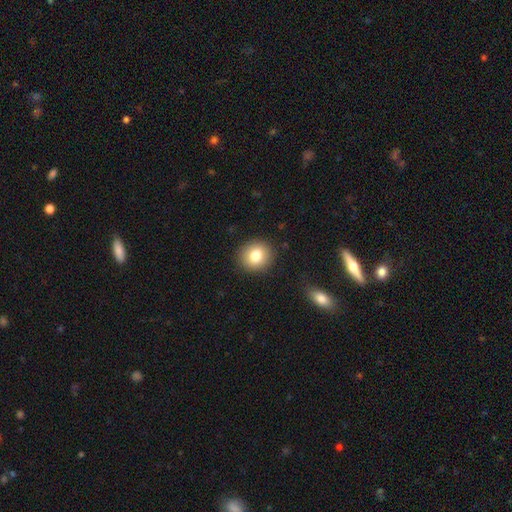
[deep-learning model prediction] smooth 79%, featured or disk 11%, star or artifact 10%. Down the decision tree: how rounded — round (82%); merging — none (89%).